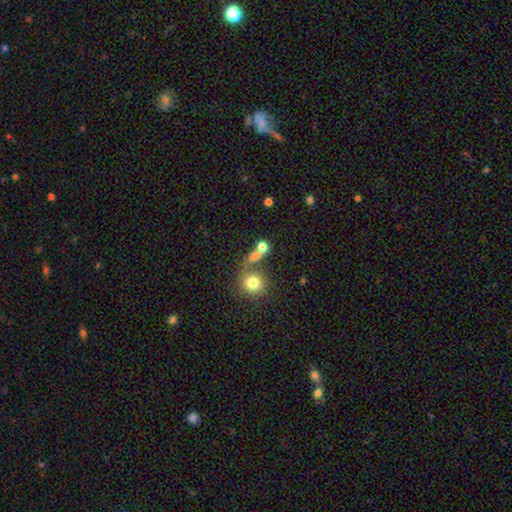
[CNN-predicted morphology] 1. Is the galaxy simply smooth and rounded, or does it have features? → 69% smooth, 16% star or artifact, 15% featured or disk.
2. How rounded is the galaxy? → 73% round, 23% in between, 4% cigar-shaped.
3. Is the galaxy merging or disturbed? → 40% none (tied), 40% merger (tied), 10% major disturbance, 10% minor disturbance.